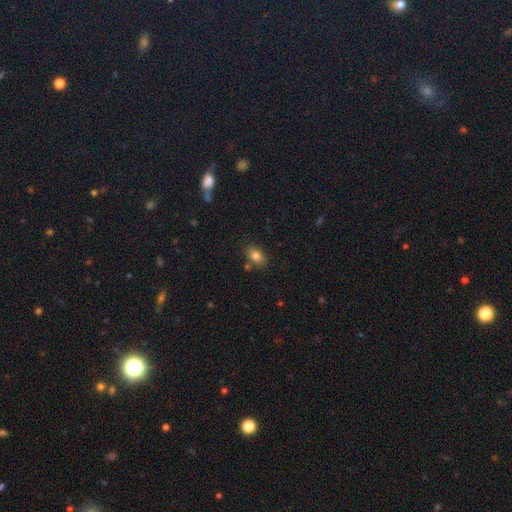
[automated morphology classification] This appears to be a smooth galaxy with no disk features (80%) that is in between round and cigar-shaped (83%). Merging: none (78%).